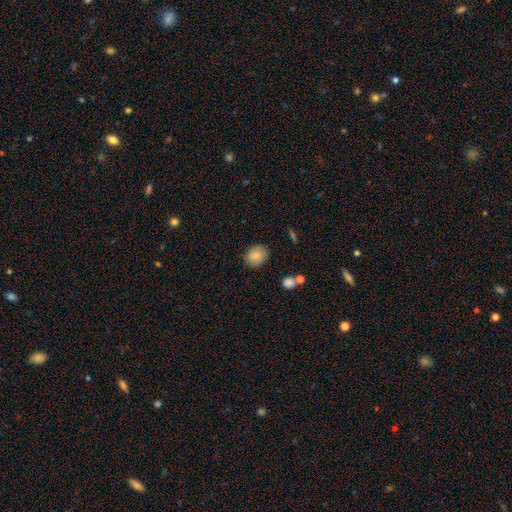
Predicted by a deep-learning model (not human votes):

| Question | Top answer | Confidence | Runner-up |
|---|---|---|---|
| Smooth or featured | smooth | 82% | featured or disk (10%) |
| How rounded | round | 52% | in between (47%) |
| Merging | none | 83% | minor disturbance (12%) |